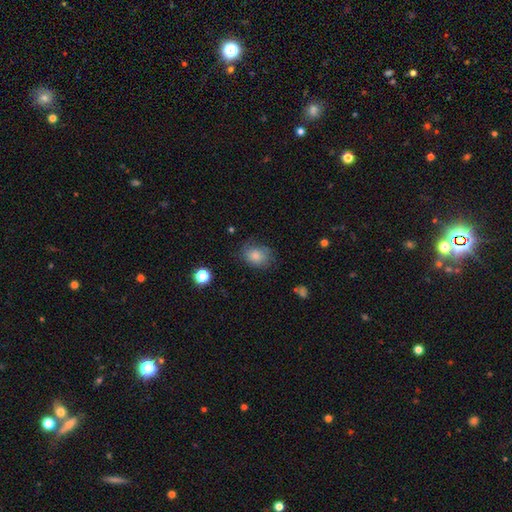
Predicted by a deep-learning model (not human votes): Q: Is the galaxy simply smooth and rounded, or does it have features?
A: smooth — 82%.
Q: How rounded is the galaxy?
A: in between — 62%.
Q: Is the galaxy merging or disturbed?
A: none — 68%.